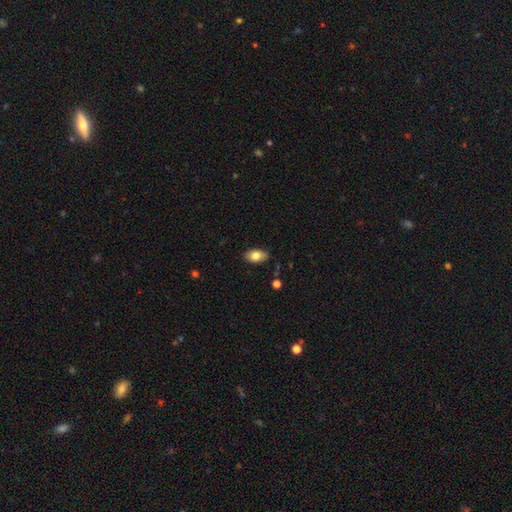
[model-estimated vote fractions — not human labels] Smooth or featured? Predicted: smooth (p=0.80). How rounded? Predicted: in between (p=0.91). Merging? Predicted: none (p=0.84).